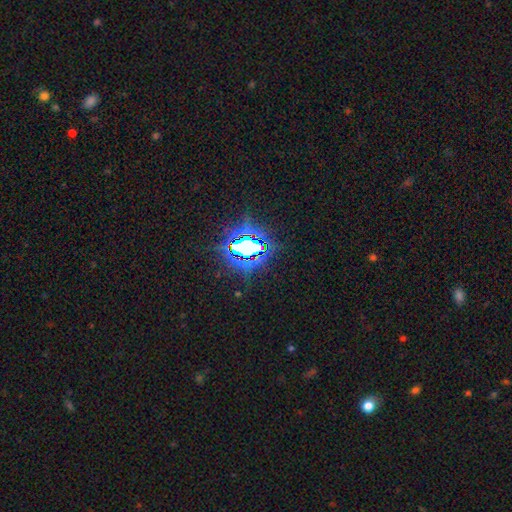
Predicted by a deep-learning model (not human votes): Smooth or featured? Predicted: star or artifact (p=0.82).